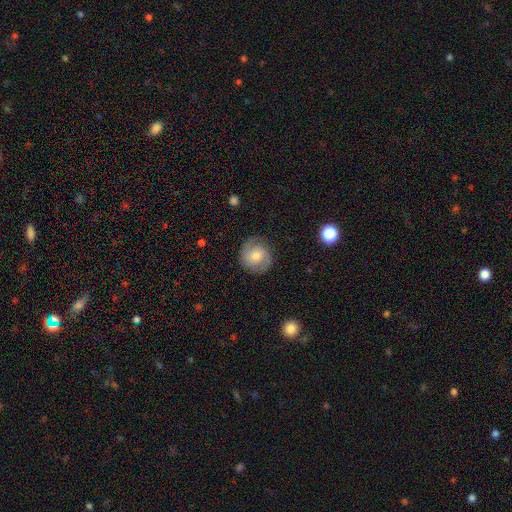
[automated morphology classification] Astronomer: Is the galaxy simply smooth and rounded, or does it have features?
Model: featured or disk — 62%.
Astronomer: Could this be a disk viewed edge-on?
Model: no — 98%.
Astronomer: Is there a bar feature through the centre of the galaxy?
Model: no — 57% (runner-up: weak, 35%).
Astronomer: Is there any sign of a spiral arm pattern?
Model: yes — 90%.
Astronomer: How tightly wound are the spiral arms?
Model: medium — 43% (runner-up: tight, 42%).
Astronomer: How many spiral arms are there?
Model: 2 — 86%.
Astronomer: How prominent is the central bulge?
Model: moderate — 56% (runner-up: small, 36%).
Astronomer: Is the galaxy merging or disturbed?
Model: none — 83%.